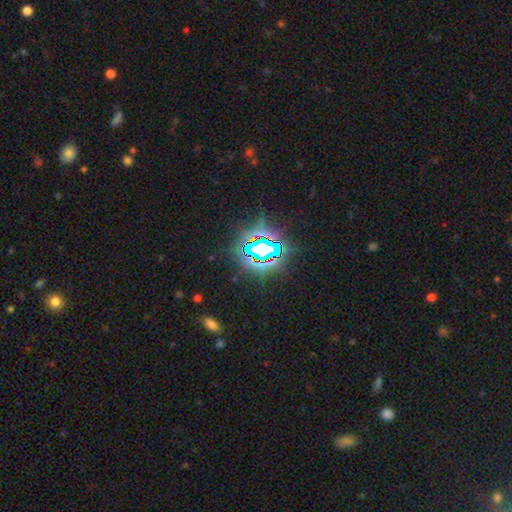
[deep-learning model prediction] A star or artifact, not a galaxy (79%).

Vote fractions:
- Smooth or featured? star or artifact: 79% / smooth: 11% / featured or disk: 10%